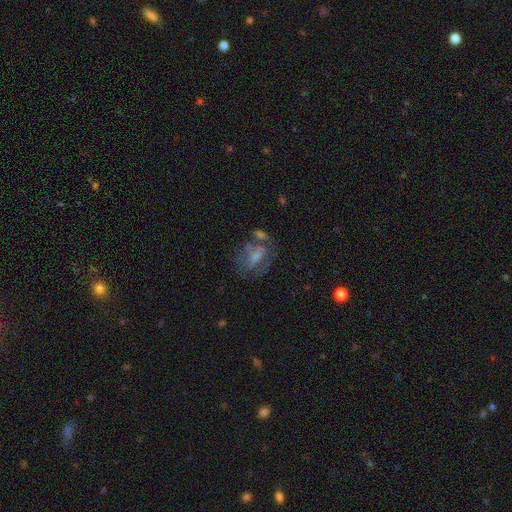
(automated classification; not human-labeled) smooth-or-featured: featured or disk: 49% | smooth: 40% | star or artifact: 12%
  merging: none: 39% | major disturbance: 23% | merger: 19% | minor disturbance: 19%